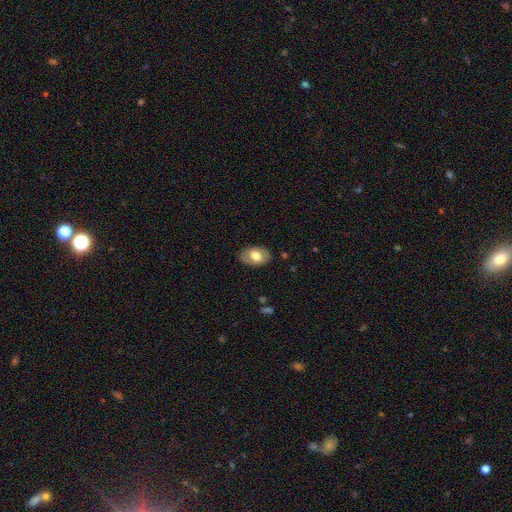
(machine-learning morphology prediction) smooth 72%, featured or disk 22%, star or artifact 7%. Down the decision tree: how rounded — in between (89%); merging — none (84%).